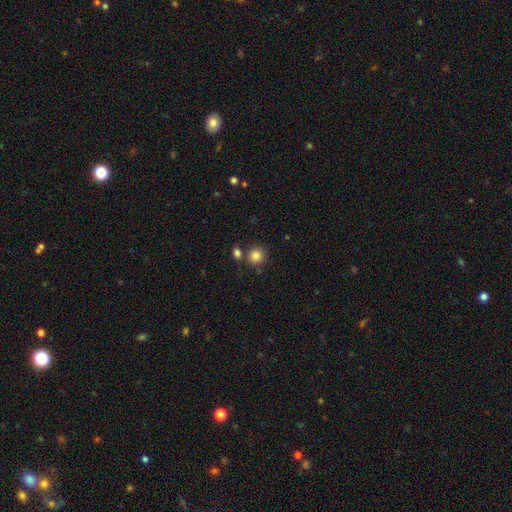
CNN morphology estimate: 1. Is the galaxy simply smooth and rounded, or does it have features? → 84% smooth, 11% star or artifact, 5% featured or disk.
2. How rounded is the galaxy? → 90% round, 9% in between, 1% cigar-shaped.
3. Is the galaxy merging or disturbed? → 73% none, 16% merger, 9% minor disturbance, 3% major disturbance.